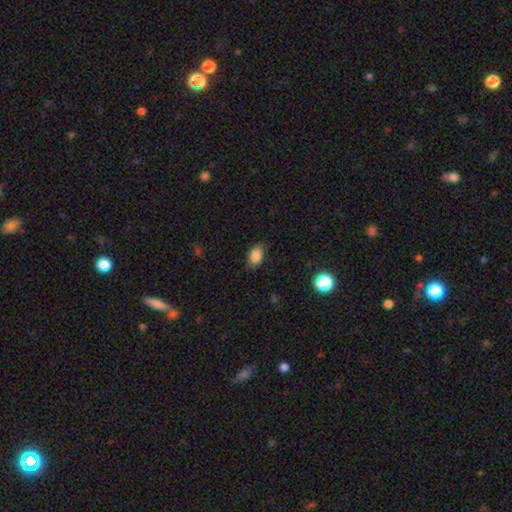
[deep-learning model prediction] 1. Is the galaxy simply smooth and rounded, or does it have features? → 85% smooth, 9% star or artifact, 6% featured or disk.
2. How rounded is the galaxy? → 86% in between, 12% round, 2% cigar-shaped.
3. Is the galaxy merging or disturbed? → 79% none, 17% minor disturbance, 4% major disturbance, 1% merger.